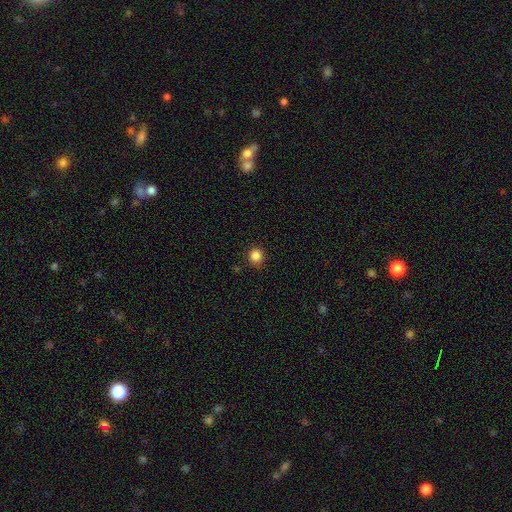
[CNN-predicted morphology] Smooth or featured?
  - smooth: 85% *
  - star or artifact: 11%
  - featured or disk: 3%
How rounded?
  - round: 93% *
  - in between: 6%
  - cigar-shaped: 1%
Merging?
  - none: 89% *
  - minor disturbance: 8%
  - major disturbance: 2%
  - merger: 1%